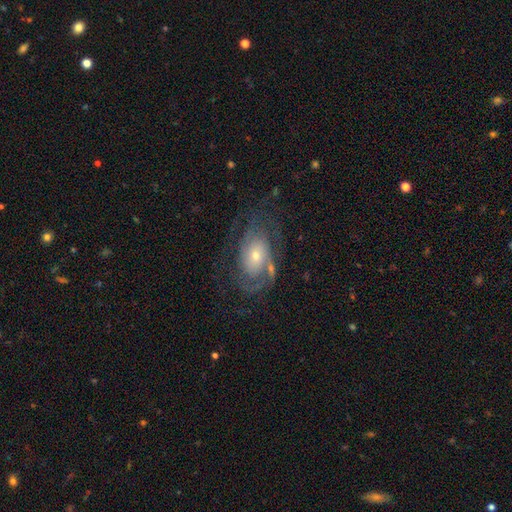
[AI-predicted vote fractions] smooth-or-featured: featured or disk: 77% | smooth: 16% | star or artifact: 7%
  disk-edge-on: no: 96% | yes: 4%
    bar: no: 72% | weak: 23% | strong: 5%
    has-spiral-arms: yes: 87% | no: 13%
      spiral-winding: tight: 46% | medium: 38% | loose: 16%
      spiral-arm-count: 2: 41% | can't tell: 32% | 3: 11% | 1: 9% | 4: 4% | more than 4: 3%
    bulge-size: small: 54% | moderate: 40% | large: 4% | none: 1% | dominant: 1%
  merging: none: 58% | major disturbance: 19% | minor disturbance: 19% | merger: 4%